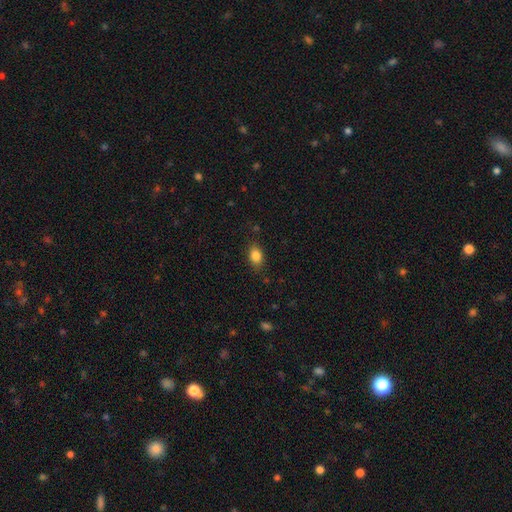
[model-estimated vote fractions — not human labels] Overall: smooth (85%). How rounded: in between (76%). Merging: none (81%).